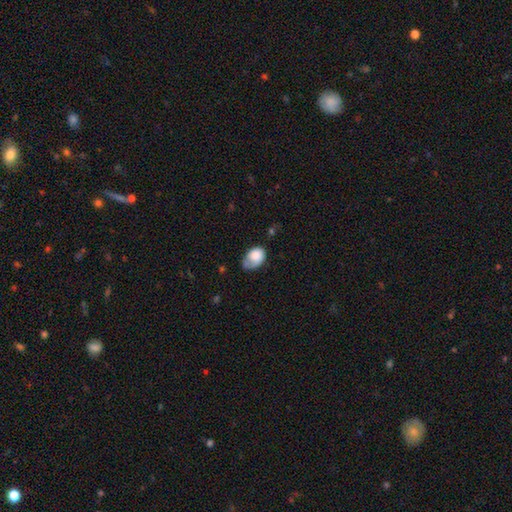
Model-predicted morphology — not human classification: smooth-or-featured: smooth: 75% | featured or disk: 18% | star or artifact: 7%
  how-rounded: in between: 80% | round: 19% | cigar-shaped: 1%
  merging: minor disturbance: 39% | none: 32% | major disturbance: 25% | merger: 4%